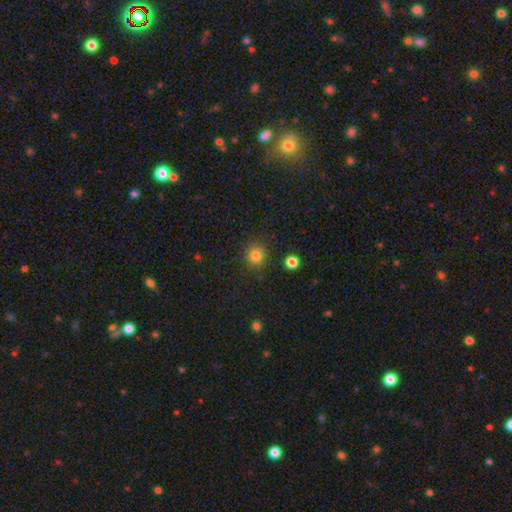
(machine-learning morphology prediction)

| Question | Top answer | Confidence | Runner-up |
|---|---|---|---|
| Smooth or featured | smooth | 82% | star or artifact (13%) |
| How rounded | round | 89% | in between (10%) |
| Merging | none | 86% | minor disturbance (9%) |